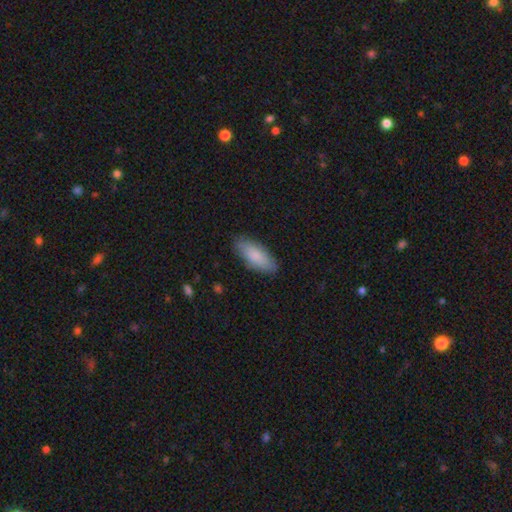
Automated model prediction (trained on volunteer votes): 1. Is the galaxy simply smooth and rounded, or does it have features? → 81% smooth, 14% featured or disk, 6% star or artifact.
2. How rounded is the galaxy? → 79% in between, 19% cigar-shaped, 2% round.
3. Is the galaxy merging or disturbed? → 83% none, 13% minor disturbance, 2% major disturbance, 1% merger.